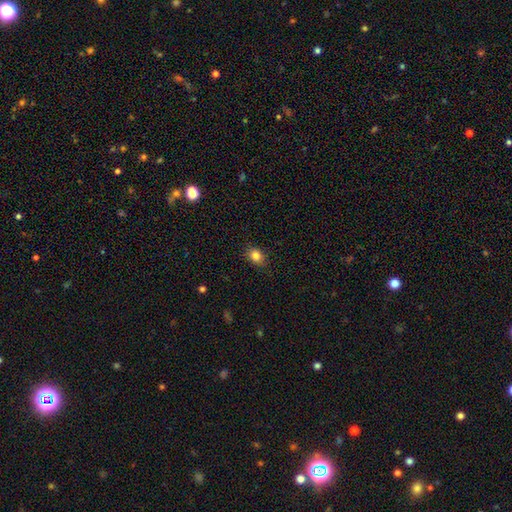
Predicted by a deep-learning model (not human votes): A smooth galaxy with no disk features (83%) that is in between round and cigar-shaped (51%).

Vote fractions:
- Smooth or featured? smooth: 83% / star or artifact: 11% / featured or disk: 6%
- How rounded? in between: 51% / round: 48% / cigar-shaped: 1%
- Merging? none: 86% / minor disturbance: 11% / major disturbance: 2% / merger: 1%